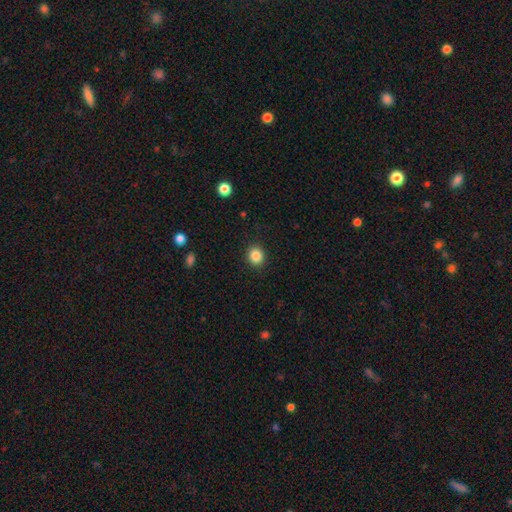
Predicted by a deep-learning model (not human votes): This is clearly a smooth galaxy (86%). How rounded: likely round (79%). Merging: clearly none (91%).